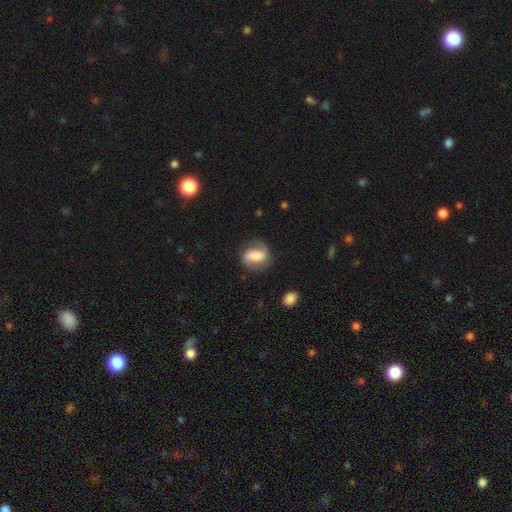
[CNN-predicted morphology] Q: Smooth or featured?
A: smooth (48%); runner-up: featured or disk (44%)
Q: Merging?
A: none (66%); runner-up: minor disturbance (21%)